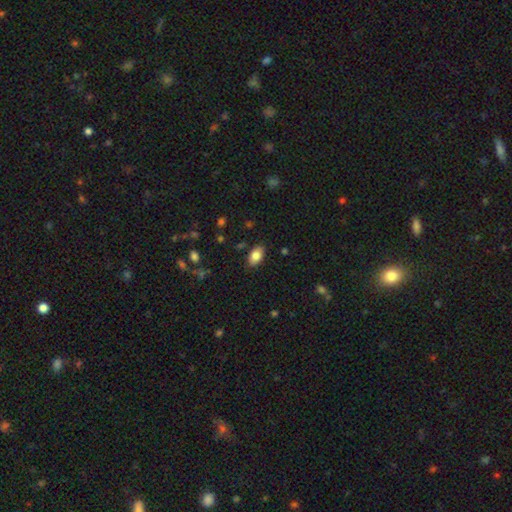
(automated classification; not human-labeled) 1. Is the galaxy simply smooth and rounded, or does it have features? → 84% smooth, 8% featured or disk, 8% star or artifact.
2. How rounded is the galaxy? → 92% in between, 5% round, 2% cigar-shaped.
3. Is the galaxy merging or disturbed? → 85% none, 11% minor disturbance, 2% major disturbance, 1% merger.